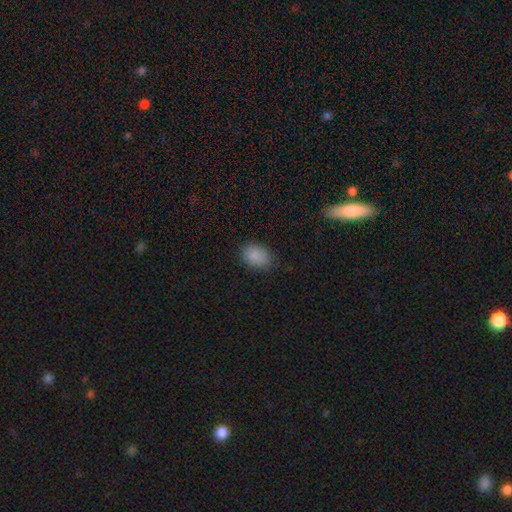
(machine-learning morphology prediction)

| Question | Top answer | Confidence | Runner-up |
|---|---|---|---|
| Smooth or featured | smooth | 87% | star or artifact (9%) |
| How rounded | in between | 72% | round (27%) |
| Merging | none | 79% | minor disturbance (16%) |